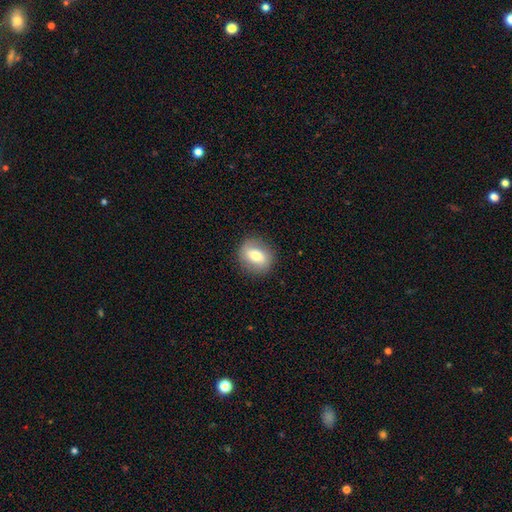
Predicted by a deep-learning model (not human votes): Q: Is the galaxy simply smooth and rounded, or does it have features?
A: smooth — 68%.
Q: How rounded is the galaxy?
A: round — 61%.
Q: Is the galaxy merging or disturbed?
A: none — 86%.